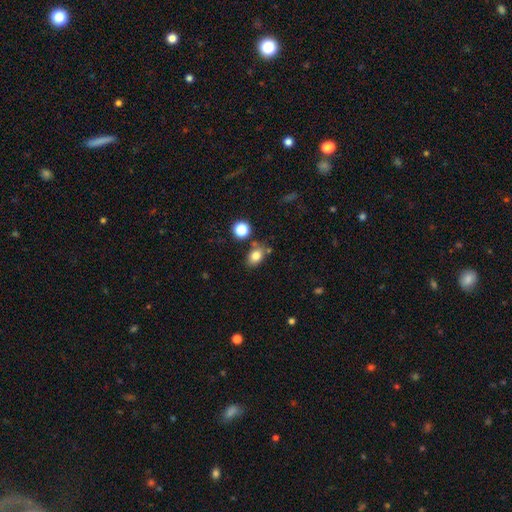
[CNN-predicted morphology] A smooth galaxy with no disk features (80%) that is in between round and cigar-shaped (69%).

Vote fractions:
- Smooth or featured? smooth: 80% / star or artifact: 11% / featured or disk: 9%
- How rounded? in between: 69% / round: 30% / cigar-shaped: 1%
- Merging? none: 72% / minor disturbance: 14% / merger: 10% / major disturbance: 4%